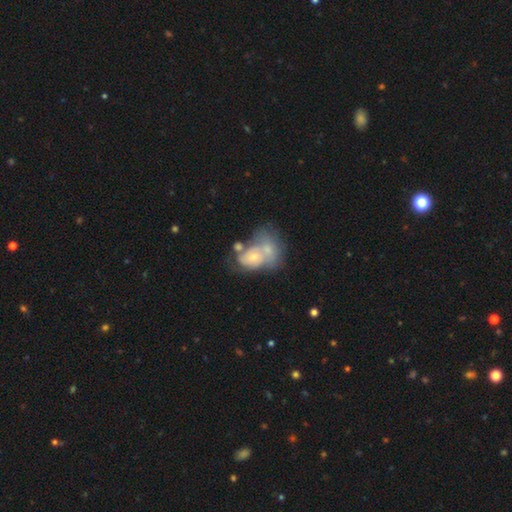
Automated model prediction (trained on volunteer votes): Smooth or featured? featured or disk (50%)
Merging? merger (62%)